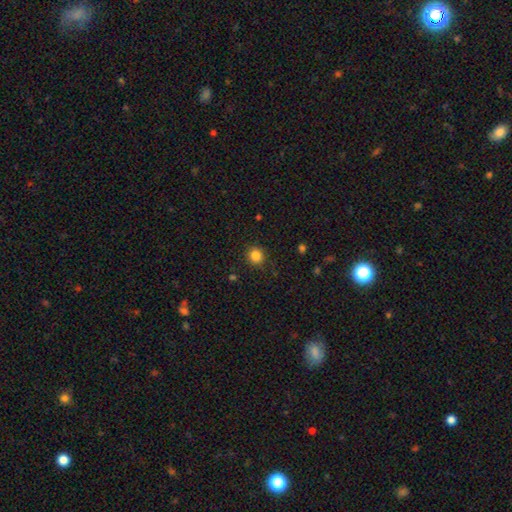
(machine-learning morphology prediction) smooth 84%, star or artifact 11%, featured or disk 4%. Down the decision tree: how rounded — round (87%); merging — none (89%).